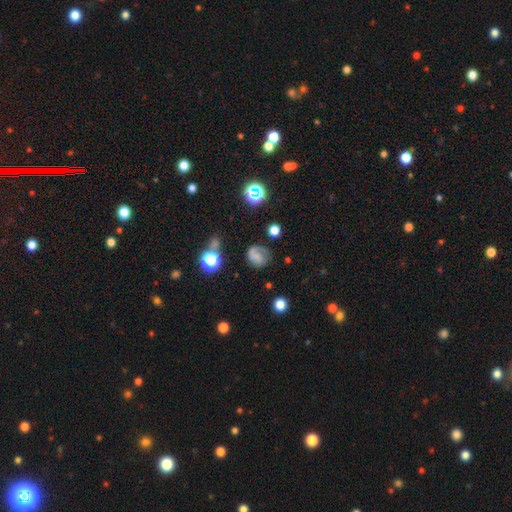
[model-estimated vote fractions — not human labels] Smooth or featured? Predicted: smooth (p=0.42, tied with featured or disk). Merging? Predicted: none (p=0.52).